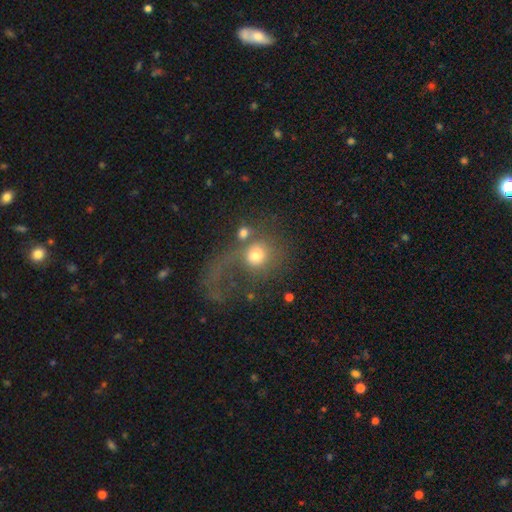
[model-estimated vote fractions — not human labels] A smooth galaxy with no disk features (59%) that is round (75%). Merging: major disturbance (43%).